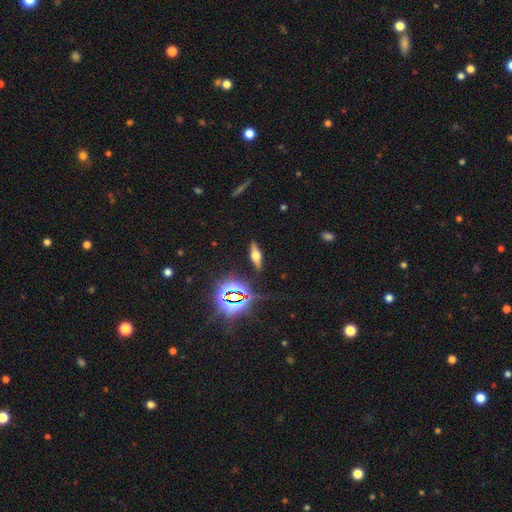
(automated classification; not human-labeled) Q: Smooth or featured?
A: featured or disk (54%); runner-up: smooth (27%)
Q: Edge-on disk?
A: yes (91%); runner-up: no (9%)
Q: Merging?
A: none (86%); runner-up: minor disturbance (9%)